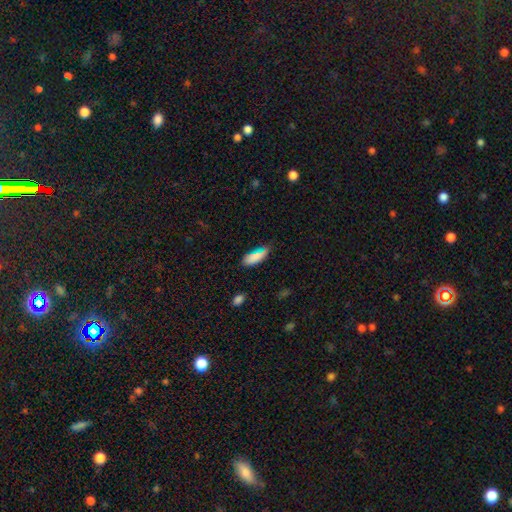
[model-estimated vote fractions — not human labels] This is clearly a smooth galaxy (81%). How rounded: likely in between (71%). Merging: likely none (61%).